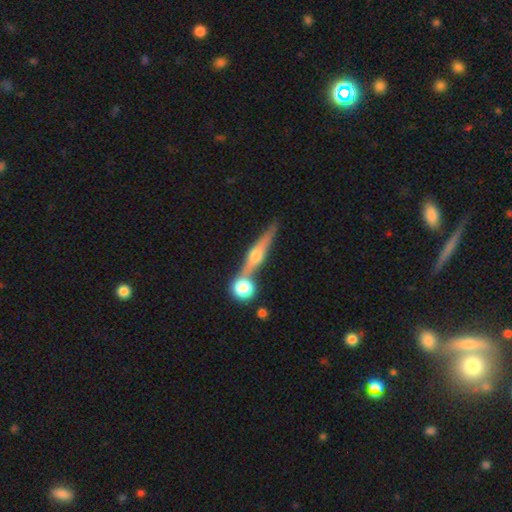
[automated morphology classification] Smooth or featured? Predicted: featured or disk (p=0.71). Edge-on disk? Predicted: yes (p=0.95). Edge-on bulge? Predicted: rounded (p=0.92). Merging? Predicted: none (p=0.68).